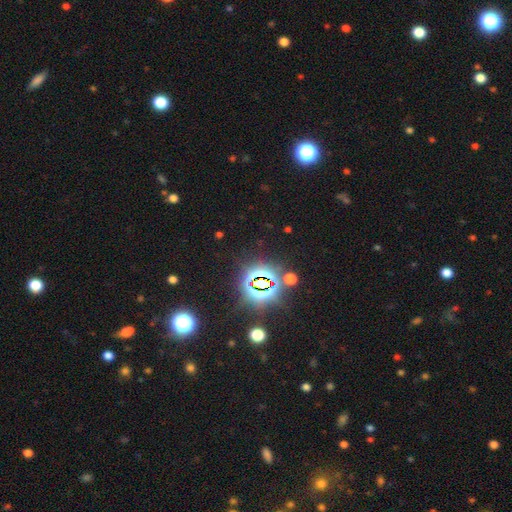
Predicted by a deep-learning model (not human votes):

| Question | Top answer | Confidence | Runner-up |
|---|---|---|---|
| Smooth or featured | star or artifact | 83% | smooth (10%) |